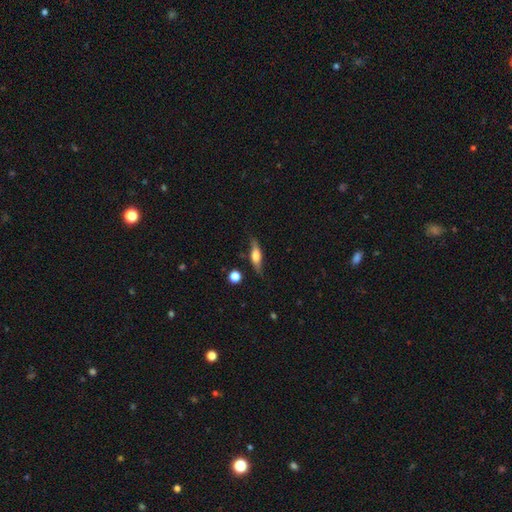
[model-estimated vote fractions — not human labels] This is possibly a featured or disk galaxy (52%). It is likely viewed edge-on (78%). Merging: likely none (71%).